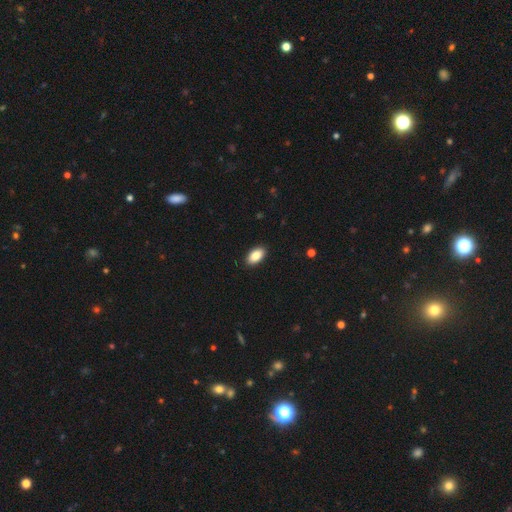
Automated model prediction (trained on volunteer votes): A smooth galaxy with no disk features (87%) that is in between round and cigar-shaped (94%). Merging: none (90%).